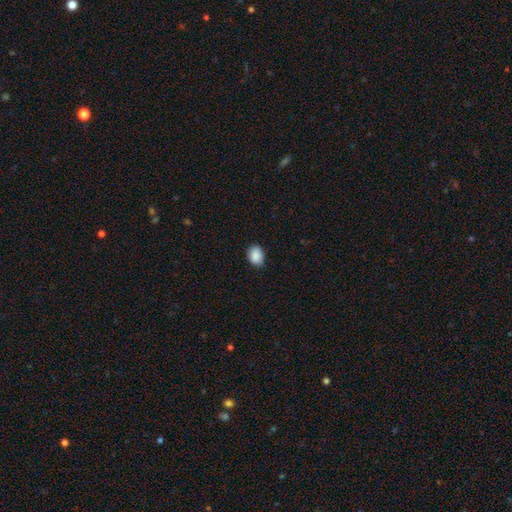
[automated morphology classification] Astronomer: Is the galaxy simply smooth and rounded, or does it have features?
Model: smooth — 89%.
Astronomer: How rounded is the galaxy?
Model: in between — 64%.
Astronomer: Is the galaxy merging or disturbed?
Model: none — 82%.